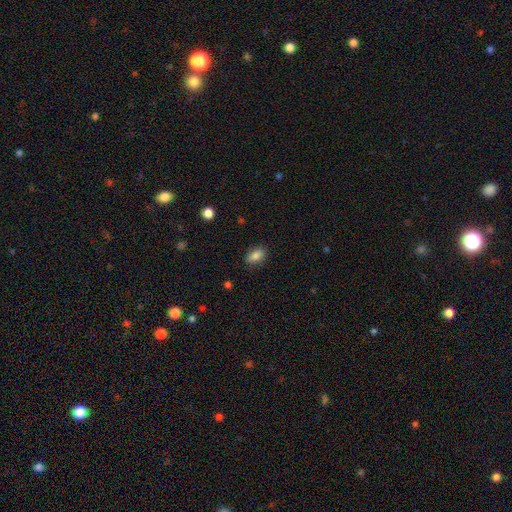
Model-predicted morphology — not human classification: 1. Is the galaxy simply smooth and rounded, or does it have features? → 84% smooth, 8% star or artifact, 7% featured or disk.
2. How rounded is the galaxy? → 87% in between, 10% round, 3% cigar-shaped.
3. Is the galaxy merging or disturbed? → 84% none, 12% minor disturbance, 3% major disturbance, 1% merger.